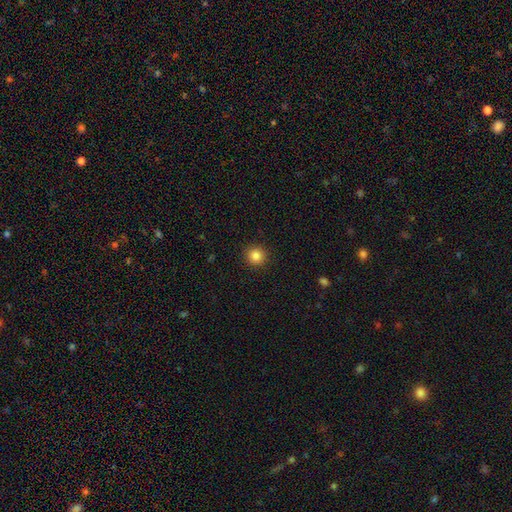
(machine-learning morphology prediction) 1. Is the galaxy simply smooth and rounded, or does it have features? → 85% smooth, 11% star or artifact, 4% featured or disk.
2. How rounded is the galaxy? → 95% round, 4% in between, 1% cigar-shaped.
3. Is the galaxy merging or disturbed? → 92% none, 5% minor disturbance, 2% major disturbance, 1% merger.